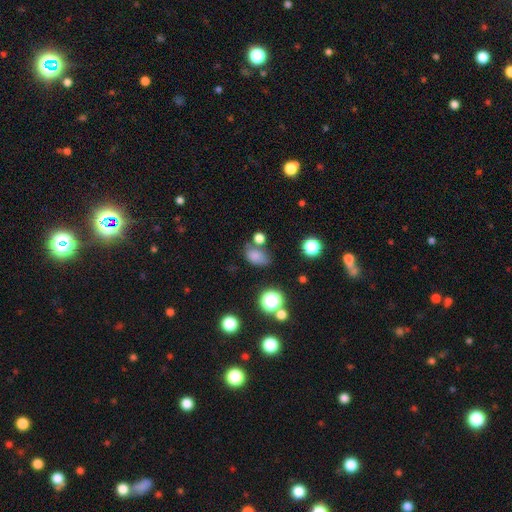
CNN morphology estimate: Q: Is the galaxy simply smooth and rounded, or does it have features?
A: smooth — 76%.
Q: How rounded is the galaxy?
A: in between — 80%.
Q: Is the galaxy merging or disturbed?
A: none — 54%.